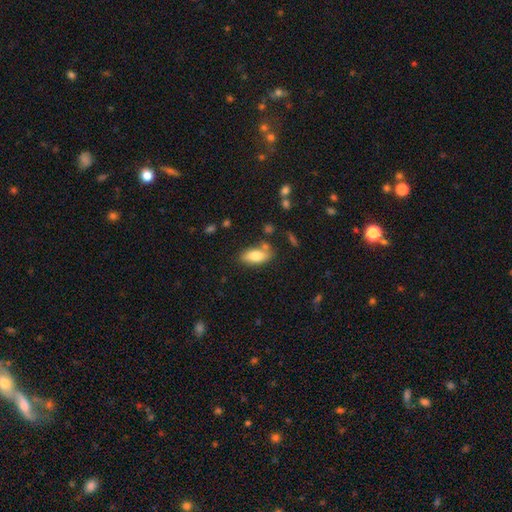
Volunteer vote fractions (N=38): This is likely a smooth galaxy (79%). How rounded: clearly in between (93%). Merging: clearly none (81%).